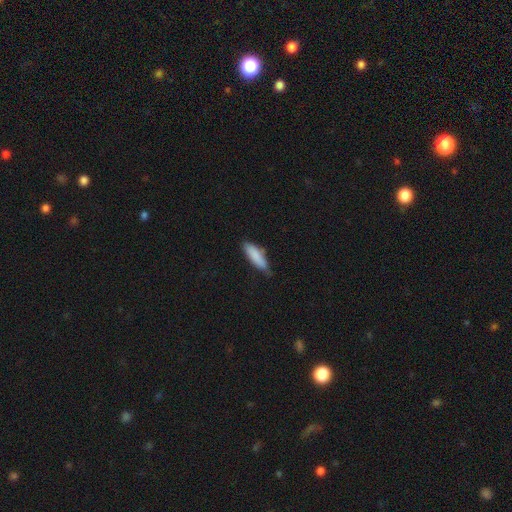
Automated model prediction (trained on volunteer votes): A smooth galaxy with no disk features (85%) that is in between round and cigar-shaped (49%, tied with cigar-shaped).

Vote fractions:
- Smooth or featured? smooth: 85% / featured or disk: 9% / star or artifact: 6%
- How rounded? in between: 49% (tied) / cigar-shaped: 49% (tied) / round: 2%
- Merging? none: 67% / minor disturbance: 27% / major disturbance: 4% / merger: 2%